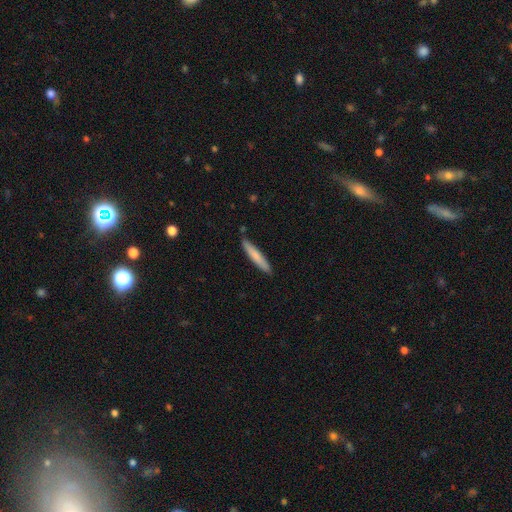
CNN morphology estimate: Overall: smooth (78%). How rounded: cigar-shaped (93%). Merging: none (88%).